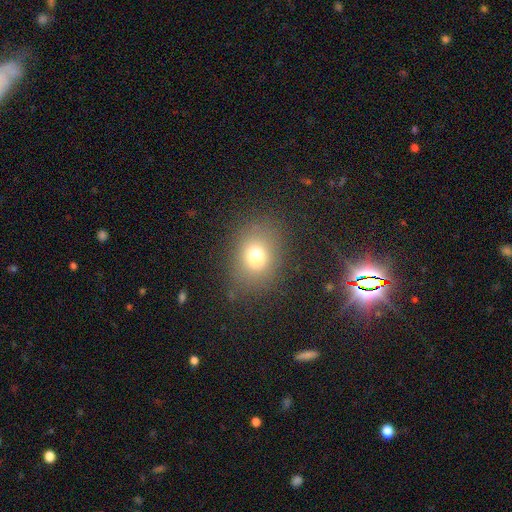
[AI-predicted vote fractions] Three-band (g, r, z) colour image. It shows a smooth galaxy with no disk features (69%) that is round (51%). Merging: none (77%).